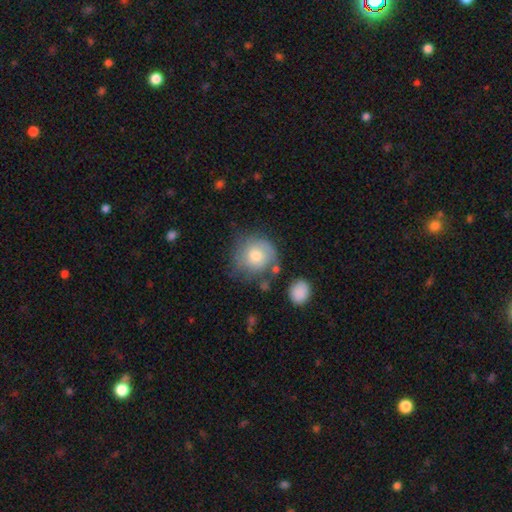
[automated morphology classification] A smooth galaxy with no disk features (70%) that is round (89%).

Vote fractions:
- Smooth or featured? smooth: 70% / featured or disk: 22% / star or artifact: 8%
- How rounded? round: 89% / in between: 10% / cigar-shaped: 1%
- Merging? none: 60% / minor disturbance: 23% / major disturbance: 10% / merger: 6%